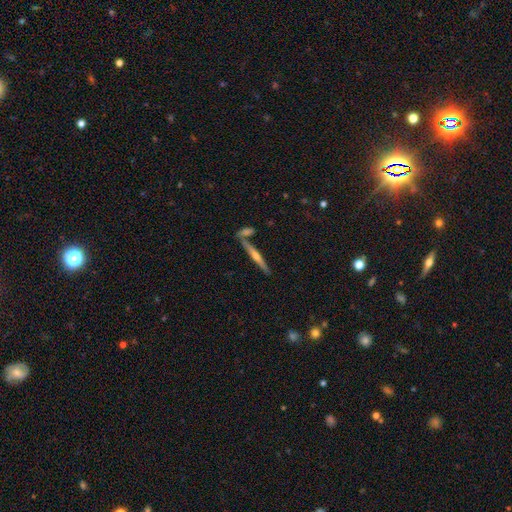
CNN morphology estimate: Smooth or featured: featured or disk — 67% (smooth — 26%)
Edge-on disk: yes — 97% (no — 3%)
Edge-on bulge: rounded — 80% (none — 13%)
Merging: none — 78% (merger — 12%)